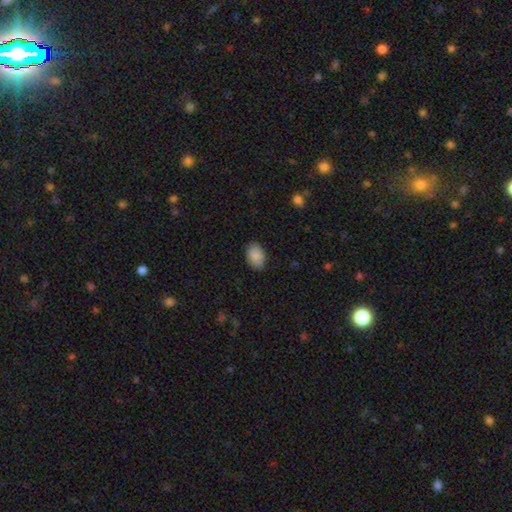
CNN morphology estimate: The model was most divided on "how rounded": in between: 81%, round: 18%, cigar-shaped: 1%. More confident: smooth or featured — smooth (89%); merging — none (83%).